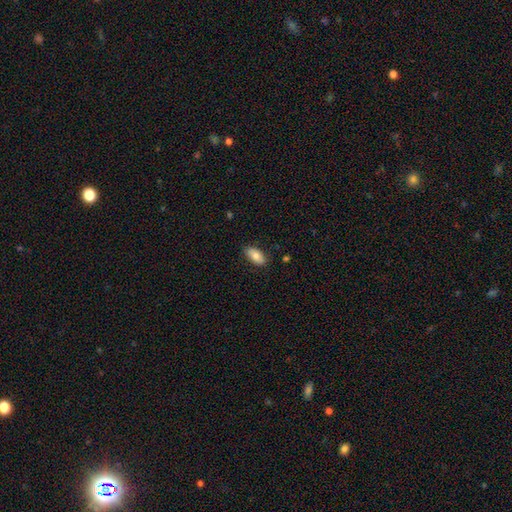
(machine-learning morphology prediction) This appears to be a smooth galaxy with no disk features (82%) that is in between round and cigar-shaped (91%). Merging: none (85%).